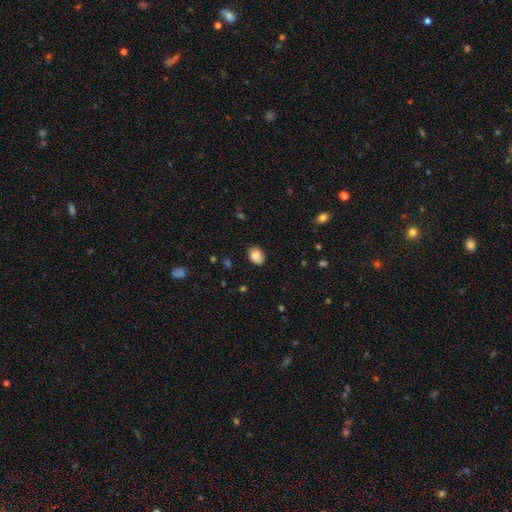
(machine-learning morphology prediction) A smooth galaxy with no disk features (76%) that is in between round and cigar-shaped (64%).

Vote fractions:
- Smooth or featured? smooth: 76% / featured or disk: 16% / star or artifact: 9%
- How rounded? in between: 64% / round: 35% / cigar-shaped: 1%
- Merging? none: 74% / minor disturbance: 19% / major disturbance: 5% / merger: 2%